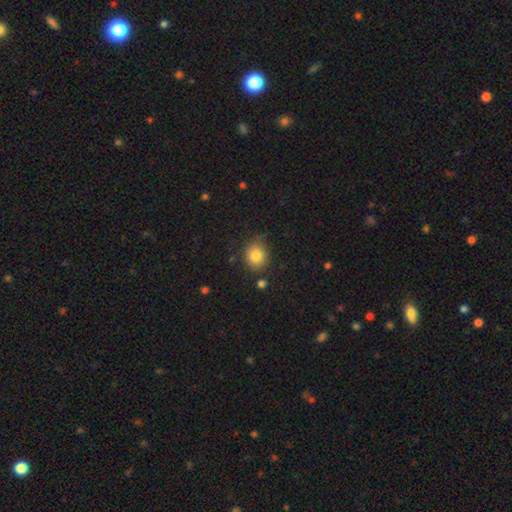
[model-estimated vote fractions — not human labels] Overall: smooth (83%). How rounded: round (74%). Merging: none (76%).